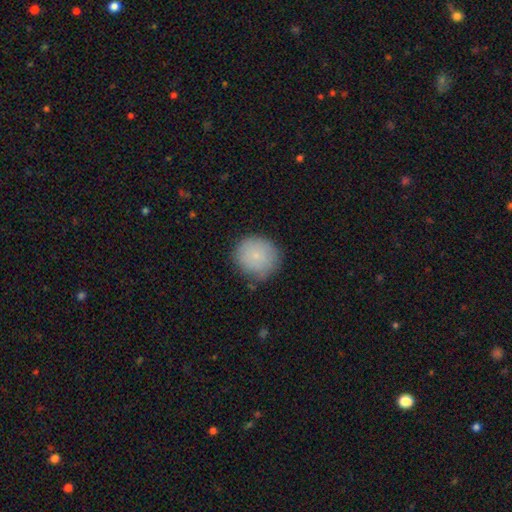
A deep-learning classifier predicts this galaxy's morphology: A smooth galaxy with no disk features (81%) that is round (89%). Merging: none (76%).